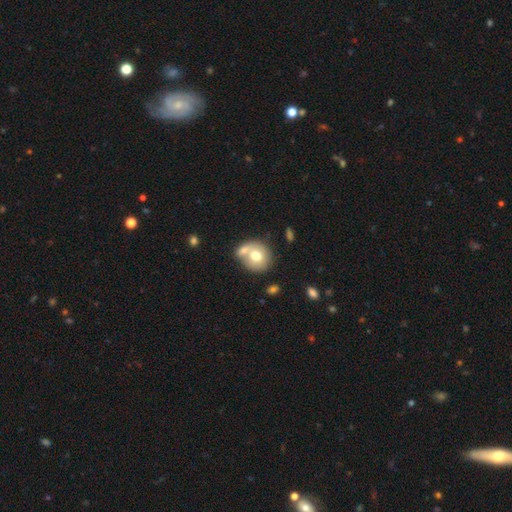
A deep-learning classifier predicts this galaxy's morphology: A smooth galaxy with no disk features (67%) that is round (79%). Merging: merger (45%).